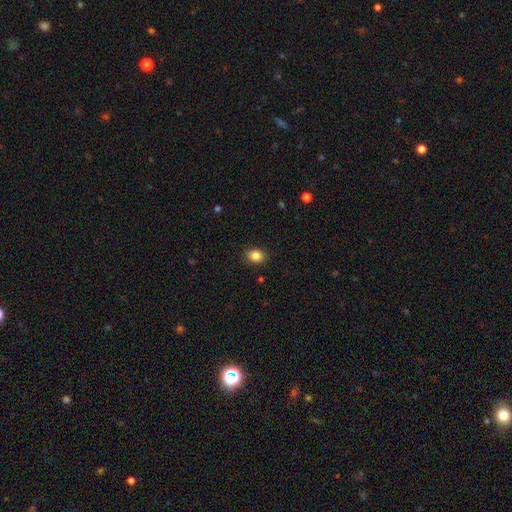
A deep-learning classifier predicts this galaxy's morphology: type=smooth (85%); roundness=round (51%); merging=none (88%).